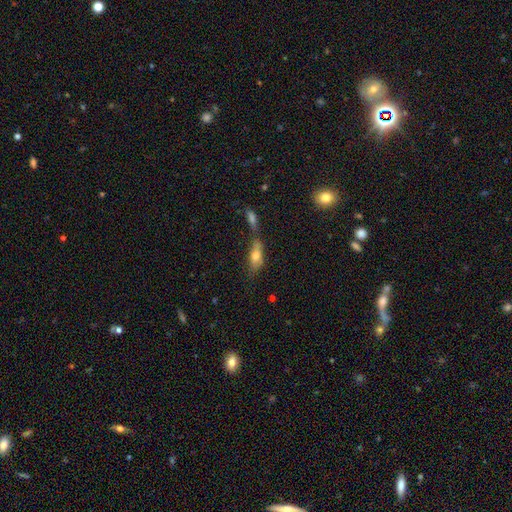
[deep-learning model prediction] Morphology: type=smooth (64%); roundness=in between (68%); merging=none (40%).